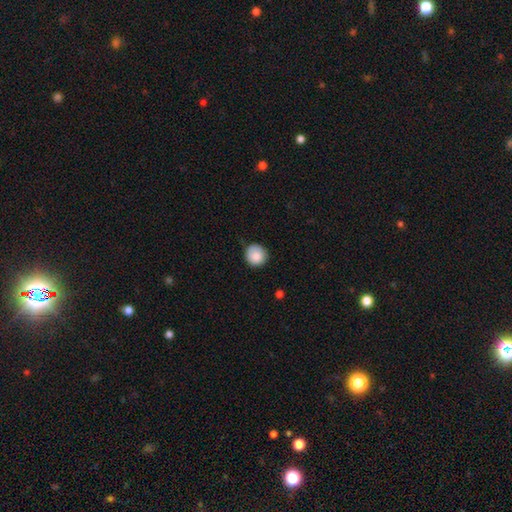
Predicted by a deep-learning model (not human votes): A smooth galaxy with no disk features (85%) that is round (92%).

Vote fractions:
- Smooth or featured? smooth: 85% / star or artifact: 8% / featured or disk: 7%
- How rounded? round: 92% / in between: 7% / cigar-shaped: 1%
- Merging? none: 75% / minor disturbance: 20% / major disturbance: 4% / merger: 1%